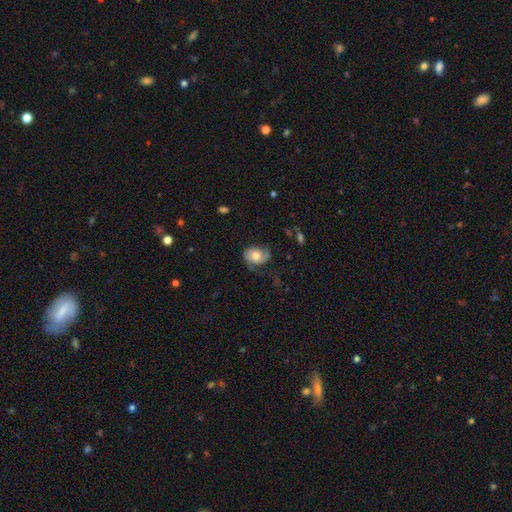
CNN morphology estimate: Smooth or featured?
  - featured or disk: 49% *
  - smooth: 44%
  - star or artifact: 8%
Merging?
  - none: 56% *
  - minor disturbance: 26%
  - major disturbance: 17%
  - merger: 2%